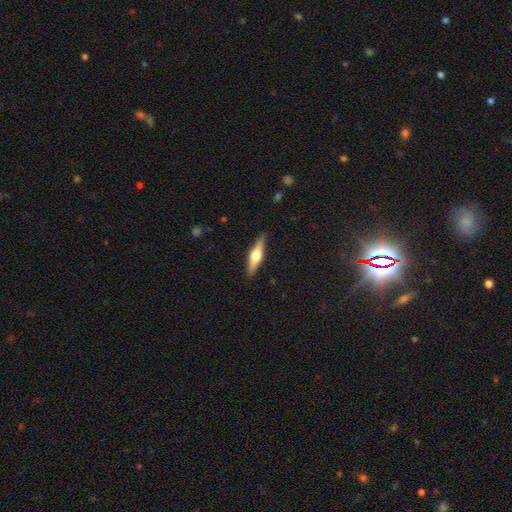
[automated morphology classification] Smooth or featured? Predicted: featured or disk (p=0.60). Edge-on disk? Predicted: yes (p=0.96). Edge-on bulge? Predicted: rounded (p=0.94). Merging? Predicted: none (p=0.89).